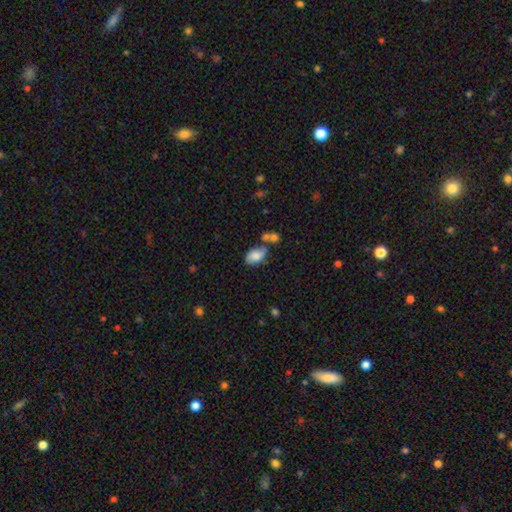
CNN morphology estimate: Smooth or featured? smooth (71%)
How rounded? in between (91%)
Merging? none (51%)